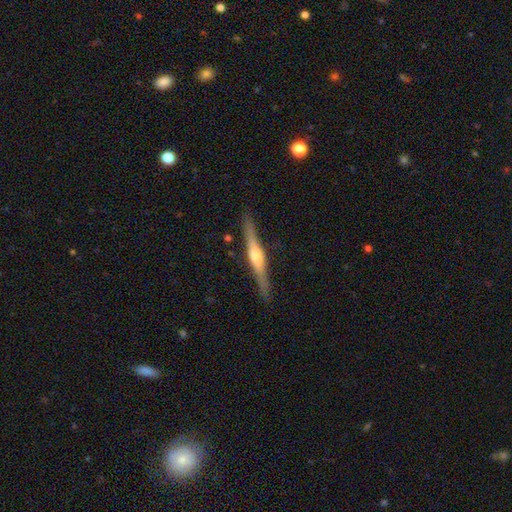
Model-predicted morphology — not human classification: Smooth or featured?
  - featured or disk: 78% *
  - smooth: 17%
  - star or artifact: 5%
Edge-on disk?
  - yes: 98% *
  - no: 2%
Edge-on bulge?
  - rounded: 81% *
  - boxy: 13%
  - none: 6%
Merging?
  - none: 89% *
  - minor disturbance: 8%
  - major disturbance: 2%
  - merger: 1%